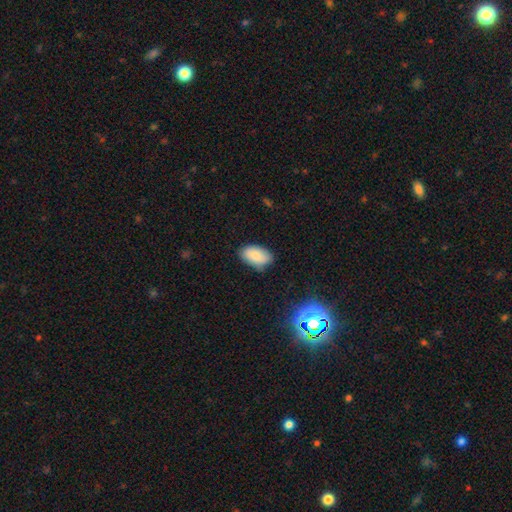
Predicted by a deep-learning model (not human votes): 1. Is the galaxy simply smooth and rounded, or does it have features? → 83% smooth, 10% featured or disk, 8% star or artifact.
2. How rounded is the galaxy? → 94% in between, 5% round, 2% cigar-shaped.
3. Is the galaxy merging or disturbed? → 77% none, 18% minor disturbance, 3% major disturbance, 2% merger.